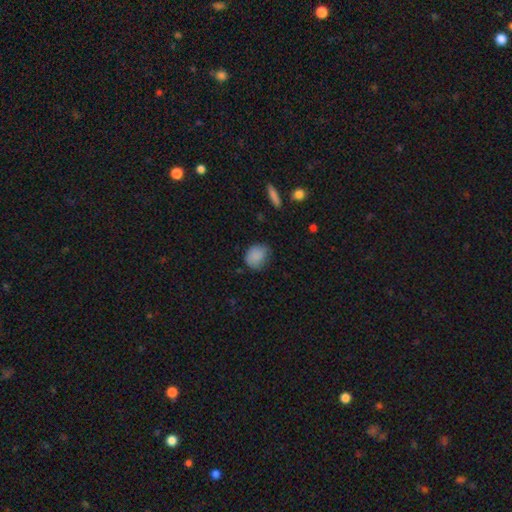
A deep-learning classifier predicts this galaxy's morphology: smooth 85%, star or artifact 8%, featured or disk 7%. Down the decision tree: how rounded — round (57%); merging — none (64%).